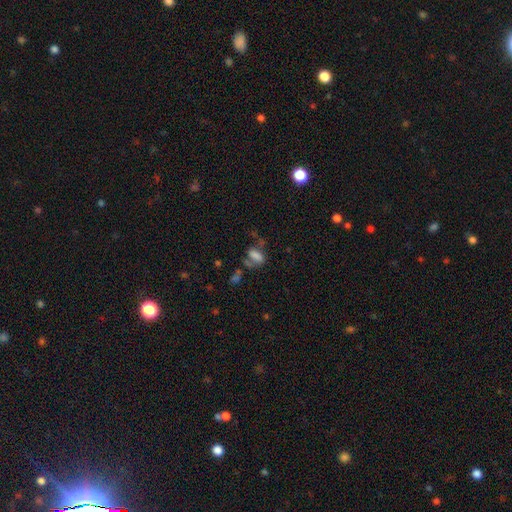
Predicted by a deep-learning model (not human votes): This appears to be a smooth galaxy with no disk features (64%) that is in between round and cigar-shaped (84%). Merging: none (33%).